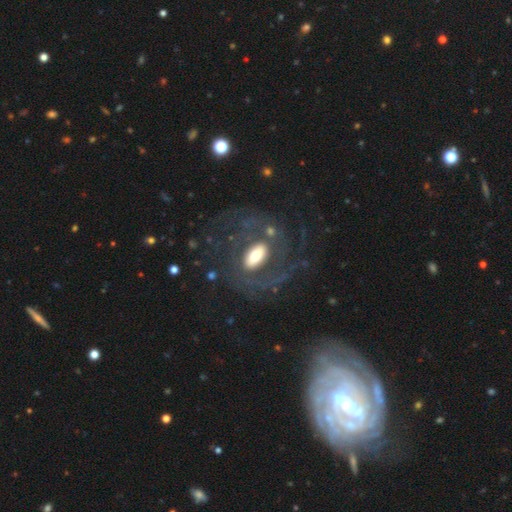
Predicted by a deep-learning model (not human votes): The model was most divided on "bulge size": moderate: 46%, large: 32%, small: 15%, dominant: 6%, none: 2%. Remaining: edge-on disk — no (92%); spiral arms — yes (68%); smooth or featured — featured or disk (66%); merging — none (58%); bar — no (43%).